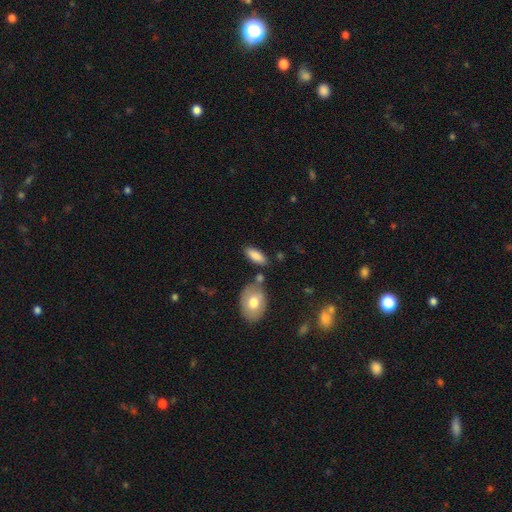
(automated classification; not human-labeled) The model was most divided on "merging": none: 74%, minor disturbance: 13%, merger: 9%, major disturbance: 4%. More confident: smooth or featured — smooth (85%); how rounded — in between (82%).